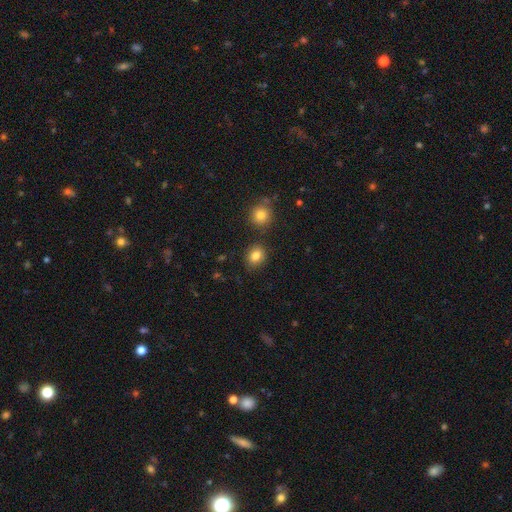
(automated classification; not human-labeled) This is clearly a smooth galaxy (84%). How rounded: possibly round (54%). Merging: clearly none (81%).